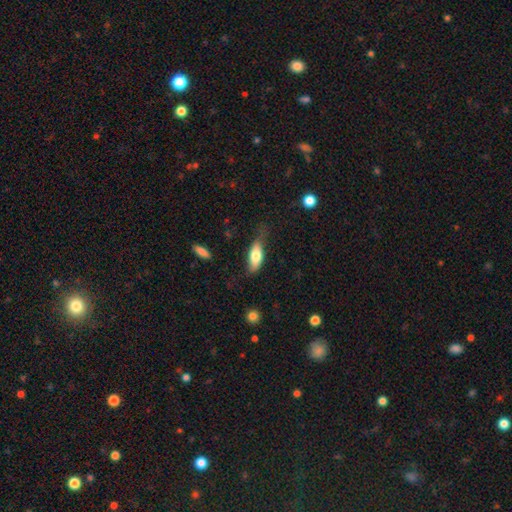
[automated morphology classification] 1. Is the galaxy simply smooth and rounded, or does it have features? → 70% smooth, 24% featured or disk, 6% star or artifact.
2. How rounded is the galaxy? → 74% in between, 23% cigar-shaped, 3% round.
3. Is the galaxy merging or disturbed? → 50% none, 33% minor disturbance, 14% major disturbance, 2% merger.